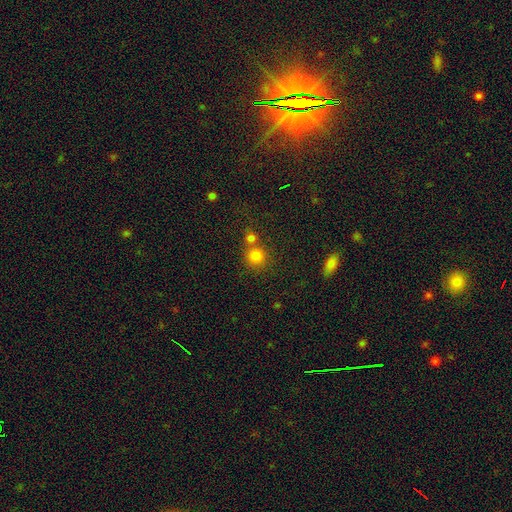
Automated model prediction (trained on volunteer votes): Overall: smooth (78%). How rounded: round (90%). Merging: none (58%; merger 32%).